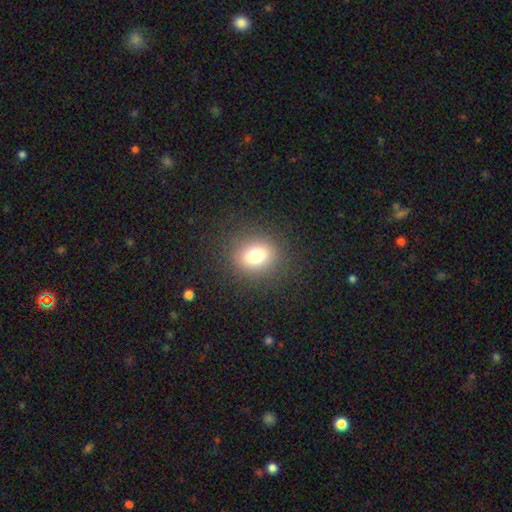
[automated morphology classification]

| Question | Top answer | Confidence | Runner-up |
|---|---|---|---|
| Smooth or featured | smooth | 76% | star or artifact (14%) |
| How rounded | round | 65% | in between (34%) |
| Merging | none | 87% | minor disturbance (8%) |